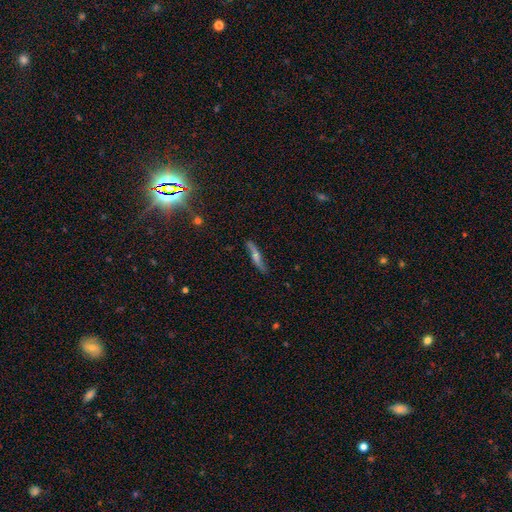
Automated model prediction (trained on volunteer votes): A featured or disk galaxy (59%) viewed edge-on (68%). Merging: none (81%).